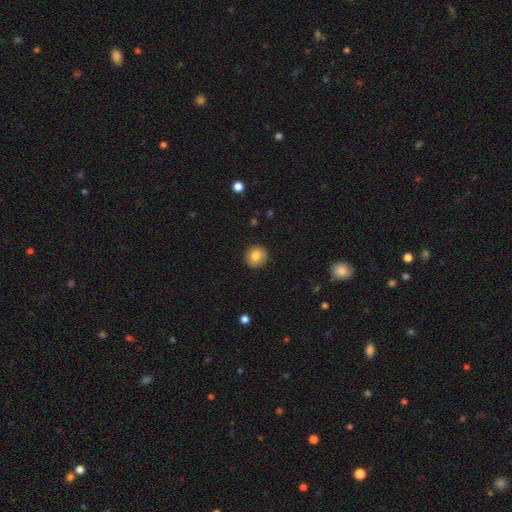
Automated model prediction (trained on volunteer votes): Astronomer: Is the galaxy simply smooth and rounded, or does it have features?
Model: smooth — 82%.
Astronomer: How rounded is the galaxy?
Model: round — 93%.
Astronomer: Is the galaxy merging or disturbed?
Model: none — 91%.